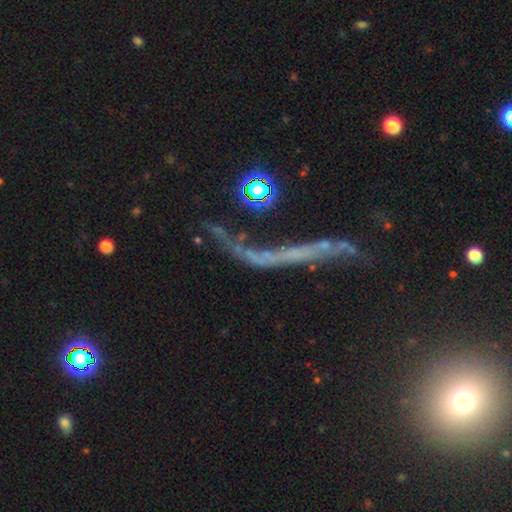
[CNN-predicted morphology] Smooth or featured: featured or disk — 40% (star or artifact — 35%)
Merging: none — 42% (major disturbance — 24%)